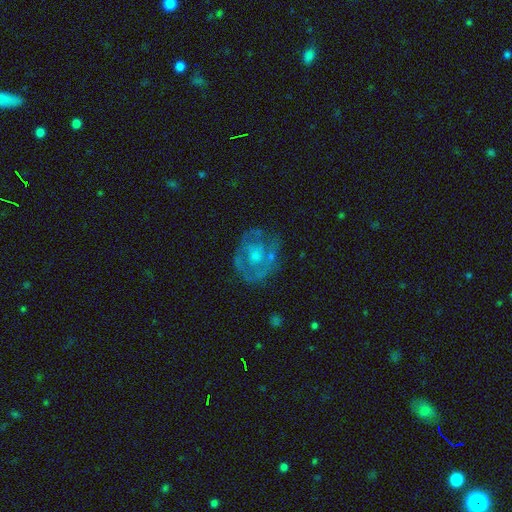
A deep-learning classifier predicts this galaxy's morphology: This appears to be a featured or disk galaxy (65%) with no bar (82%), no spiral arms (56%) and a moderate central bulge (40%). Merging: none (64%).